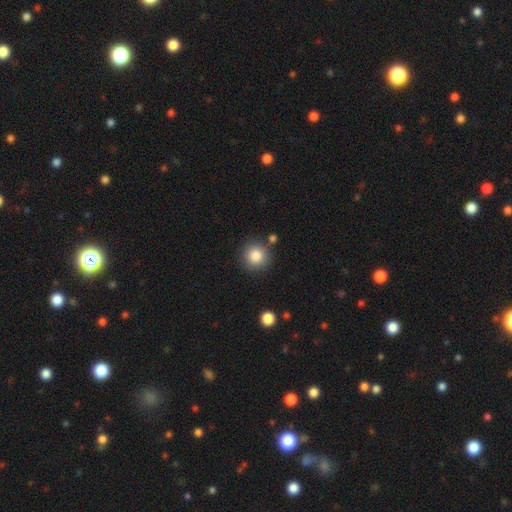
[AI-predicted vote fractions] The model was most divided on "merging": none: 83%, minor disturbance: 9%, merger: 6%, major disturbance: 3%. More confident: how rounded — round (93%); smooth or featured — smooth (84%).